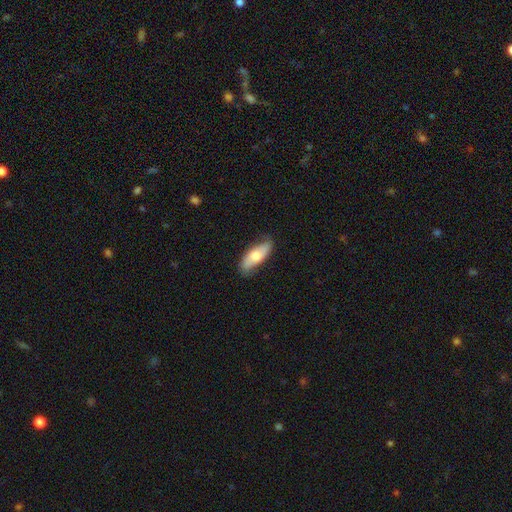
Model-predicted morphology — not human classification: type=smooth (61%); roundness=in between (74%); merging=none (77%).